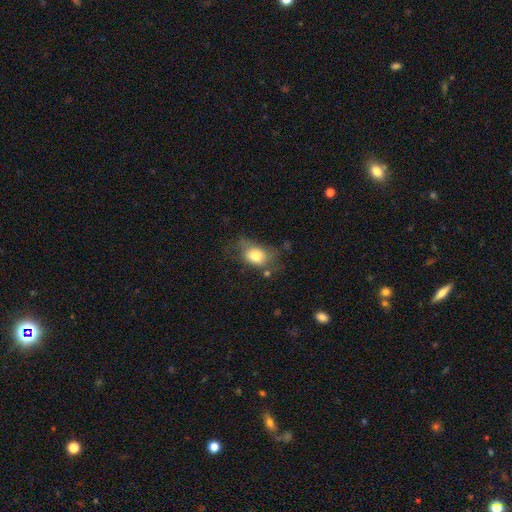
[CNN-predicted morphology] Smooth or featured?
  - smooth: 75% *
  - featured or disk: 15%
  - star or artifact: 9%
How rounded?
  - in between: 69% *
  - round: 29%
  - cigar-shaped: 2%
Merging?
  - none: 42% *
  - minor disturbance: 30%
  - major disturbance: 22%
  - merger: 5%